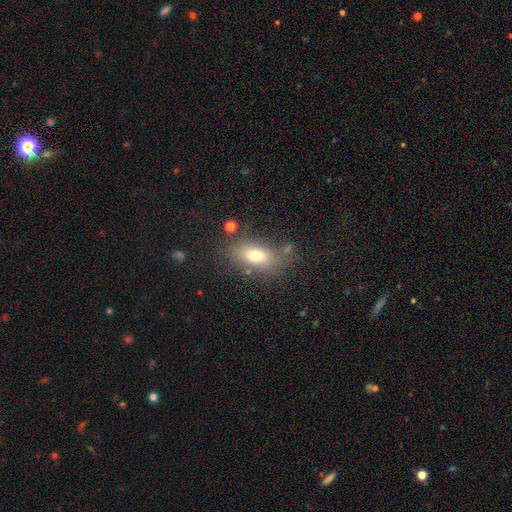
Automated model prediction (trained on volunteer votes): Morphology: type=smooth (72%); roundness=in between (84%); merging=none (74%).